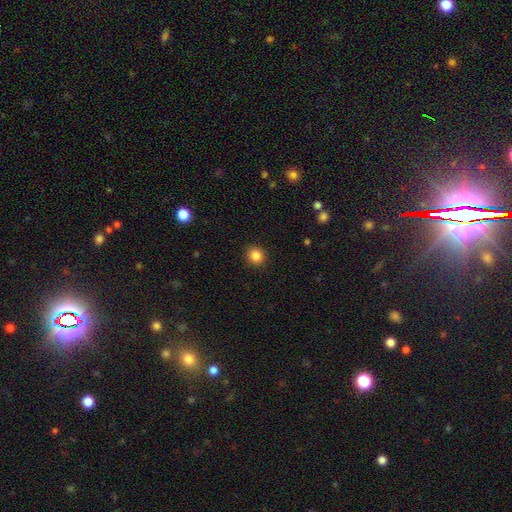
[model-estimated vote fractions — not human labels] Q: Smooth or featured?
A: smooth (85%); runner-up: star or artifact (11%)
Q: How rounded?
A: round (90%); runner-up: in between (9%)
Q: Merging?
A: none (92%); runner-up: minor disturbance (5%)